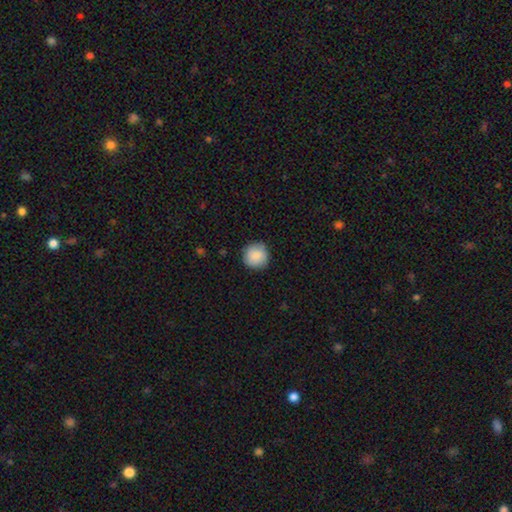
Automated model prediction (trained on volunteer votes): smooth_or_featured: smooth (p=0.86) [alt: featured or disk p=0.07]
how_rounded: round (p=0.95) [alt: in between p=0.05]
merging: none (p=0.88) [alt: minor disturbance p=0.09]